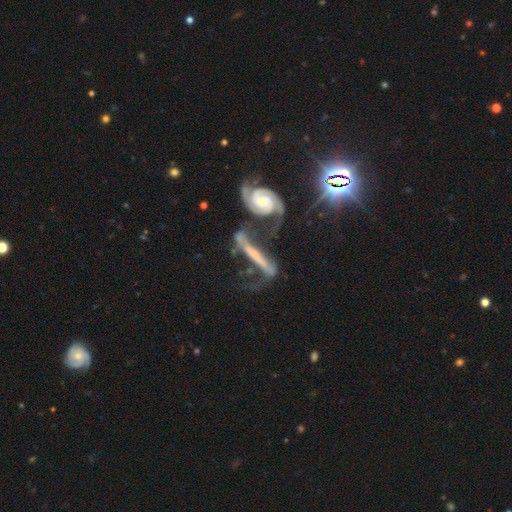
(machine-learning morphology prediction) A featured or disk galaxy (69%).

Vote fractions:
- Smooth or featured? featured or disk: 69% / smooth: 18% / star or artifact: 13%
- Edge-on disk? no: 60% / yes: 40%
- Merging? merger: 34% / none: 28% / major disturbance: 21% / minor disturbance: 16%